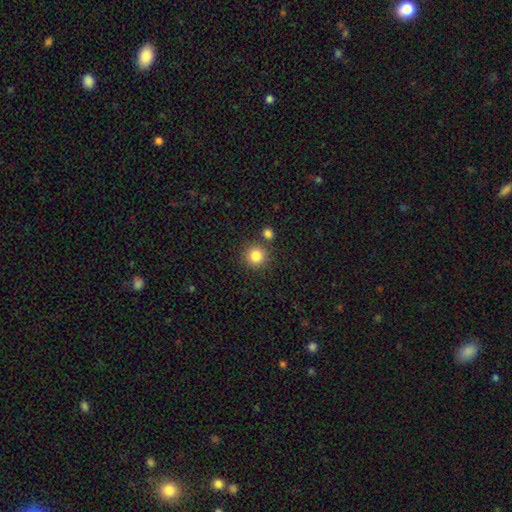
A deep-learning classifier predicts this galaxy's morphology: A smooth galaxy with no disk features (84%) that is round (93%).

Vote fractions:
- Smooth or featured? smooth: 84% / star or artifact: 11% / featured or disk: 5%
- How rounded? round: 93% / in between: 6% / cigar-shaped: 1%
- Merging? none: 79% / merger: 10% / minor disturbance: 8% / major disturbance: 3%